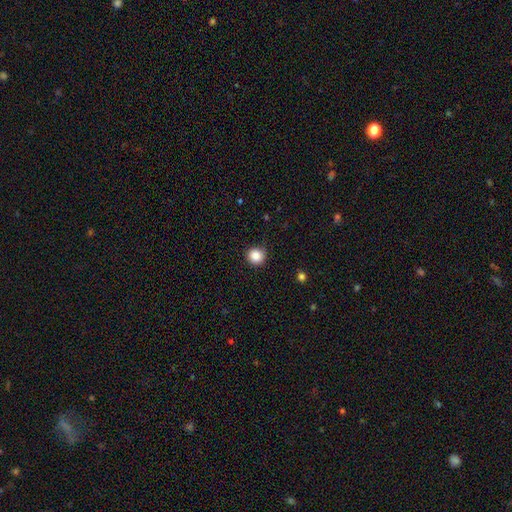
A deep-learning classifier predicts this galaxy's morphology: smooth-or-featured: smooth: 86% | star or artifact: 10% | featured or disk: 4%
  how-rounded: round: 91% | in between: 8% | cigar-shaped: 1%
  merging: none: 85% | minor disturbance: 11% | major disturbance: 3% | merger: 1%